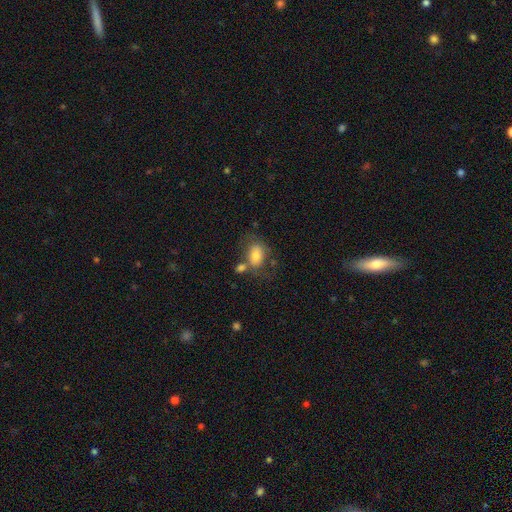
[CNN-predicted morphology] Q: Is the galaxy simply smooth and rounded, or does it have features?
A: smooth — 73%.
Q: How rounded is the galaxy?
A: in between — 74%.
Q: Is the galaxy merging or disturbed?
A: none — 48%.